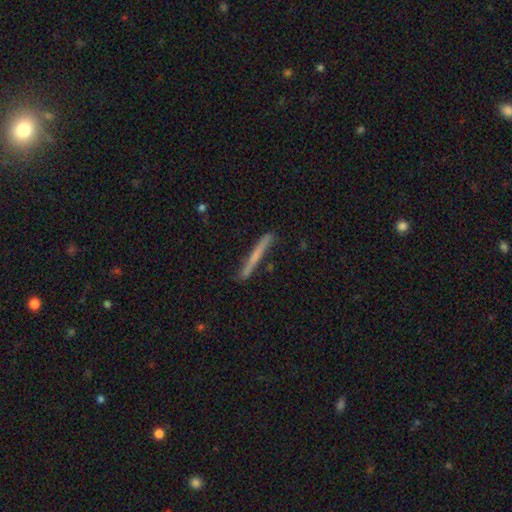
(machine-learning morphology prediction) Smooth or featured? Predicted: smooth (p=0.56). How rounded? Predicted: cigar-shaped (p=0.97). Merging? Predicted: none (p=0.85).